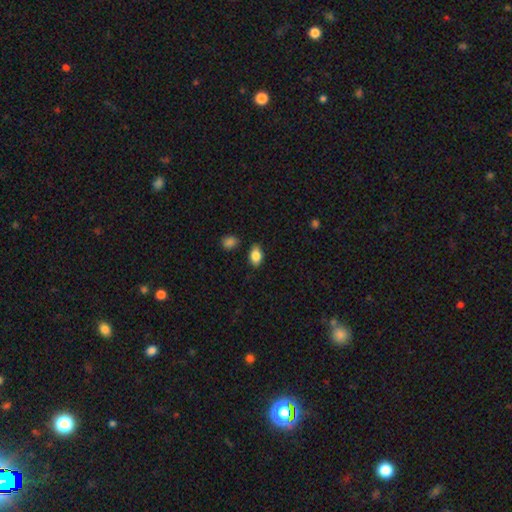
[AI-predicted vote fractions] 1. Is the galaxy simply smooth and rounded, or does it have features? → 84% smooth, 8% star or artifact, 8% featured or disk.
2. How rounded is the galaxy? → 85% in between, 12% round, 2% cigar-shaped.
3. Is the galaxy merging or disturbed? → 80% none, 14% minor disturbance, 3% merger, 3% major disturbance.